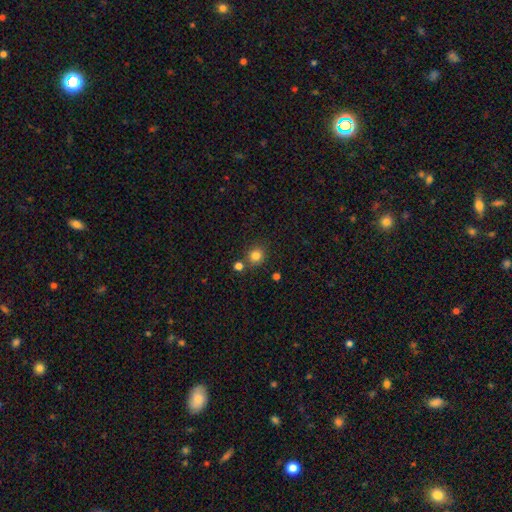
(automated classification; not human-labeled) Smooth or featured?
  - smooth: 82% *
  - star or artifact: 13%
  - featured or disk: 5%
How rounded?
  - round: 89% *
  - in between: 10%
  - cigar-shaped: 1%
Merging?
  - none: 78% *
  - merger: 11%
  - minor disturbance: 8%
  - major disturbance: 3%